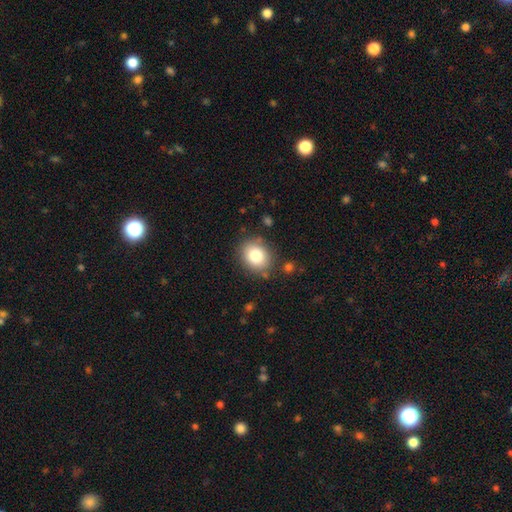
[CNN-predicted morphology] Smooth or featured?
  - smooth: 80% *
  - featured or disk: 10%
  - star or artifact: 10%
How rounded?
  - round: 63% *
  - in between: 37%
  - cigar-shaped: 1%
Merging?
  - none: 83% *
  - minor disturbance: 11%
  - major disturbance: 4%
  - merger: 3%